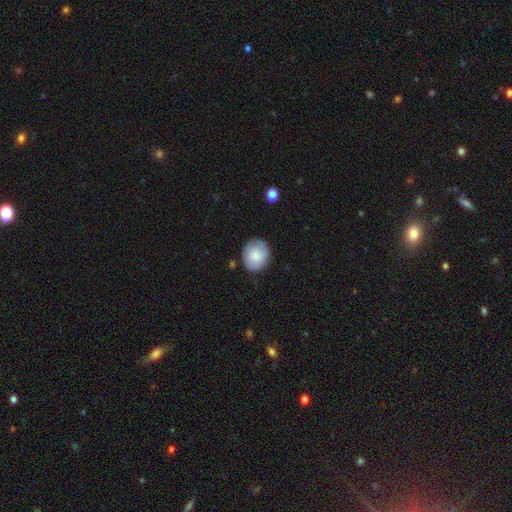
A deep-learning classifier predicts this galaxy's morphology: This appears to be a smooth galaxy with no disk features (73%) that is round (61%). Merging: none (78%).